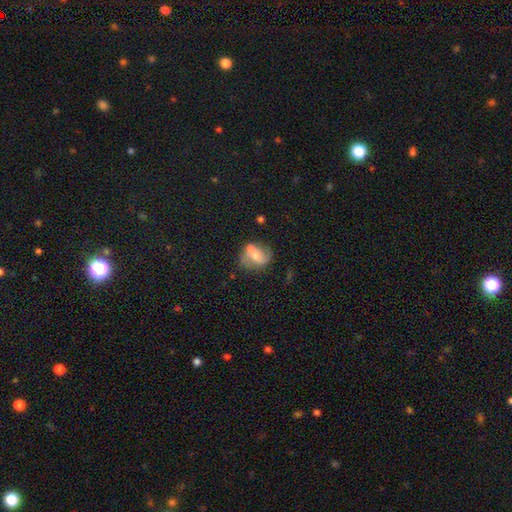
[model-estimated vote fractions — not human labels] smooth_or_featured: featured or disk (p=0.53) [alt: smooth p=0.38]
disk_edge_on: no (p=0.96) [alt: yes p=0.04]
bar: no (p=0.53) [alt: weak p=0.34]
has_spiral_arms: yes (p=0.67) [alt: no p=0.33]
bulge_size: moderate (p=0.56) [alt: small p=0.32]
merging: none (p=0.44) [alt: merger p=0.30]